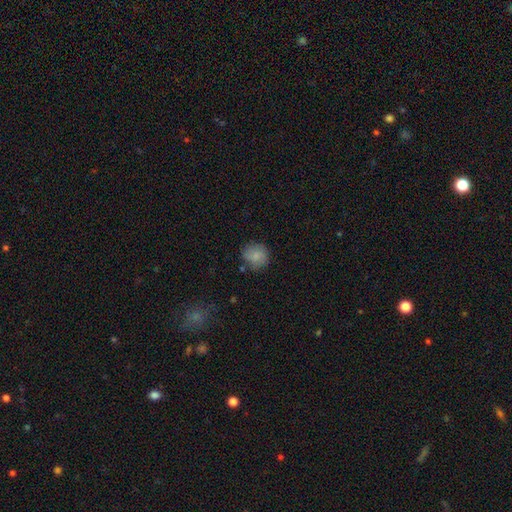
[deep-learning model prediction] smooth-or-featured: smooth: 83% | star or artifact: 9% | featured or disk: 8%
  how-rounded: round: 85% | in between: 14% | cigar-shaped: 1%
  merging: none: 72% | minor disturbance: 18% | major disturbance: 5% | merger: 4%